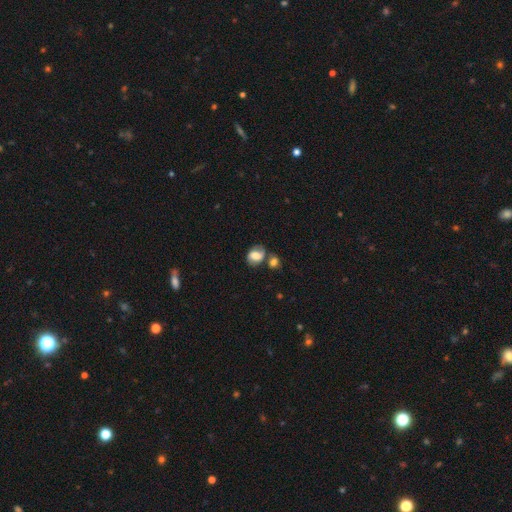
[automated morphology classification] Smooth or featured? smooth (61%)
How rounded? in between (60%)
Merging? none (46%)